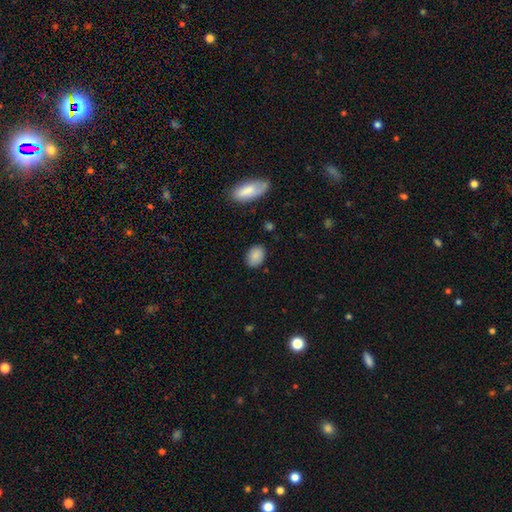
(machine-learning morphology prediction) Smooth or featured: smooth — 86% (star or artifact — 8%)
How rounded: in between — 76% (round — 22%)
Merging: none — 83% (minor disturbance — 13%)